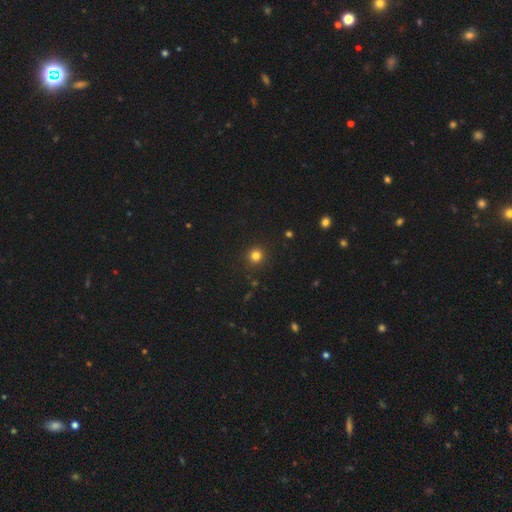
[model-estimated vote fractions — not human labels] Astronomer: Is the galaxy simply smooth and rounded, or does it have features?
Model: smooth — 81%.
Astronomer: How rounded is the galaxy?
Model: round — 94%.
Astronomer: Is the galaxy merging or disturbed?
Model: none — 91%.